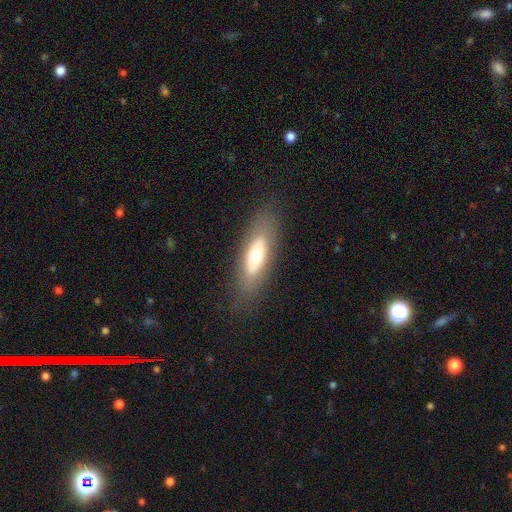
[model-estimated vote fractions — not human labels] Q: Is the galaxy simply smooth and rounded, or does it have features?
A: smooth — 57%.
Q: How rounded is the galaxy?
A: in between — 57%.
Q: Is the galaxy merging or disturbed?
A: none — 81%.